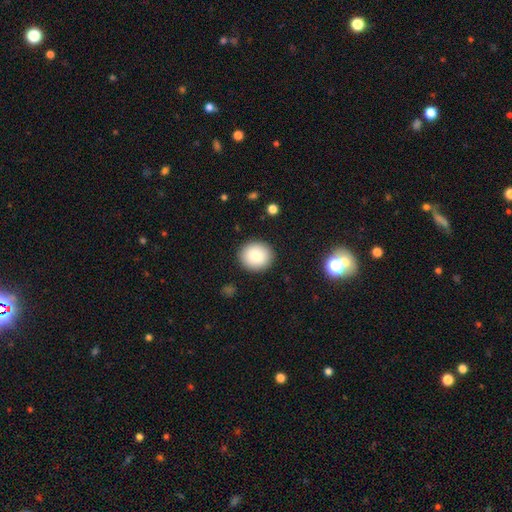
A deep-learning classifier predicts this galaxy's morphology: Smooth or featured: smooth — 82% (featured or disk — 10%)
How rounded: round — 84% (in between — 15%)
Merging: none — 90% (minor disturbance — 6%)